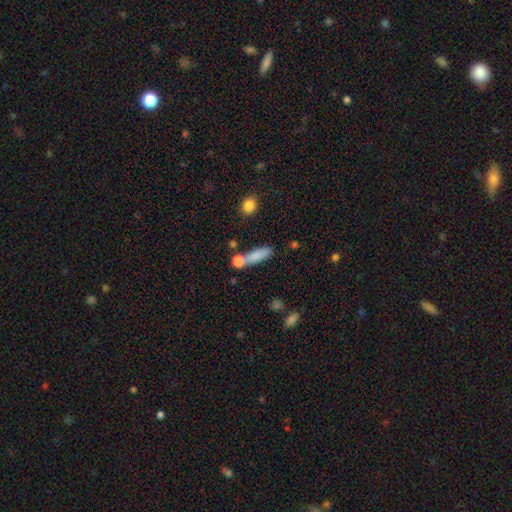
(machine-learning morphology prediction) This appears to be a smooth galaxy with no disk features (79%) that is cigar-shaped (63%). Merging: none (60%).